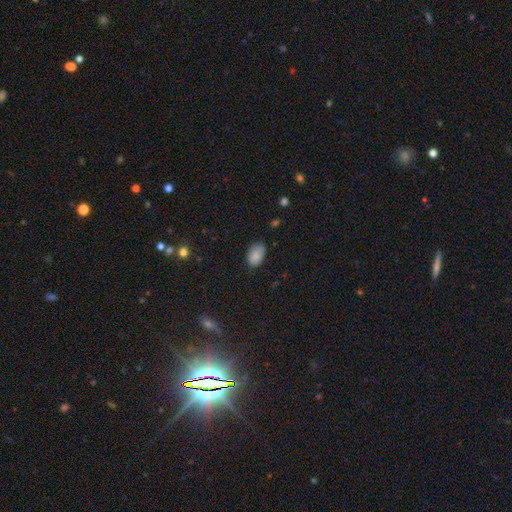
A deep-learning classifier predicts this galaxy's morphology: smooth 83%, star or artifact 9%, featured or disk 8%. Down the decision tree: how rounded — in between (88%); merging — none (71%).